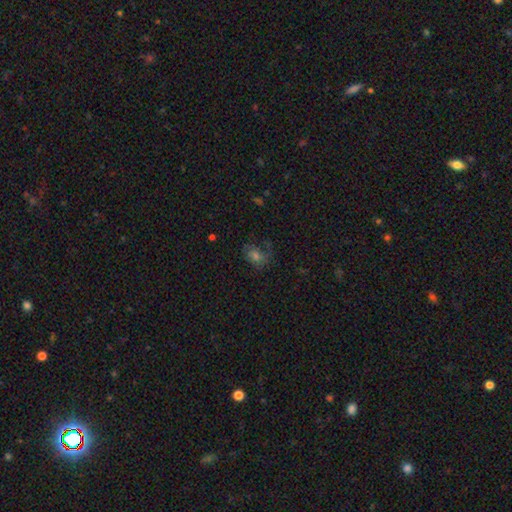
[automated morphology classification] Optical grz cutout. It shows a smooth galaxy with no disk features (45%). Merging: none (51%).